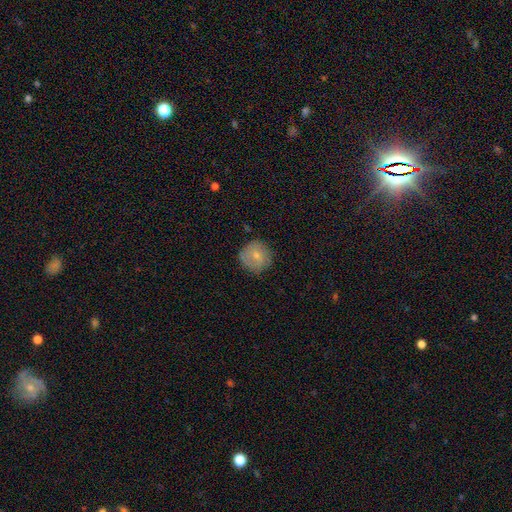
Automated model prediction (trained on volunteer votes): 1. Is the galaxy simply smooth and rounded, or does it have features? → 71% smooth, 21% featured or disk, 8% star or artifact.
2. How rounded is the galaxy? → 93% round, 6% in between, 1% cigar-shaped.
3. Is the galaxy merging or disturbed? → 80% none, 15% minor disturbance, 3% major disturbance, 1% merger.